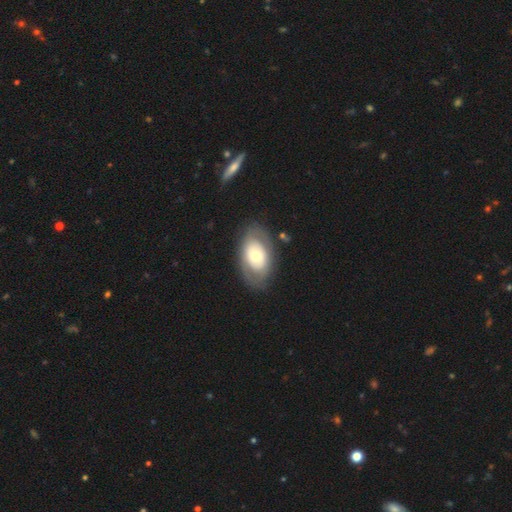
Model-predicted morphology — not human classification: smooth-or-featured: featured or disk: 47% (tied) | smooth: 47% (tied) | star or artifact: 6%
  merging: none: 77% | minor disturbance: 14% | major disturbance: 7% | merger: 2%